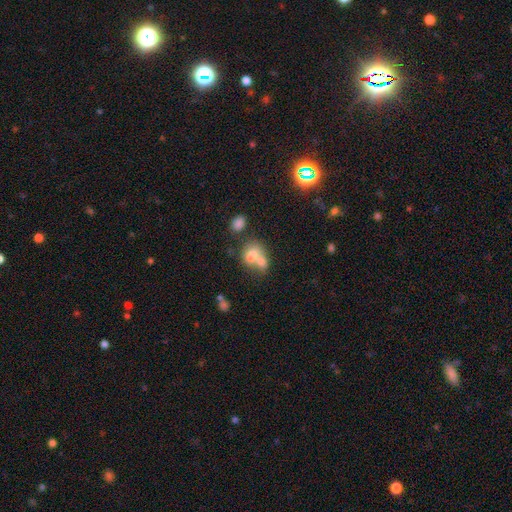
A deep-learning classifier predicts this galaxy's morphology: type=smooth (67%); roundness=in between (60%); merging=merger (63%).